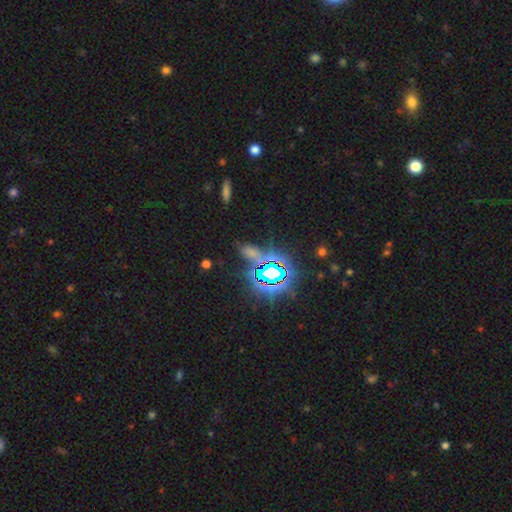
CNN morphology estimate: A star or artifact, not a galaxy (70%).

Vote fractions:
- Smooth or featured? star or artifact: 70% / smooth: 20% / featured or disk: 10%